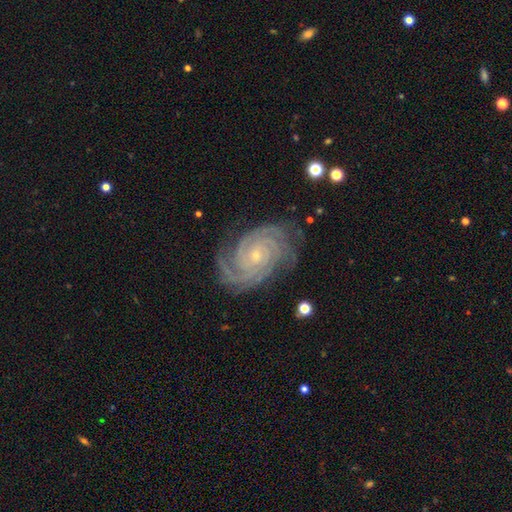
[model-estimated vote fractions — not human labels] Overall: featured or disk (92%). Edge-on disk: no (97%). Bar: no (74%). Spiral arms: yes (99%). Spiral arm count: 3 (26%; 4 25%). Spiral winding: tight (80%). Bulge size: small (76%). Merging: none (79%).